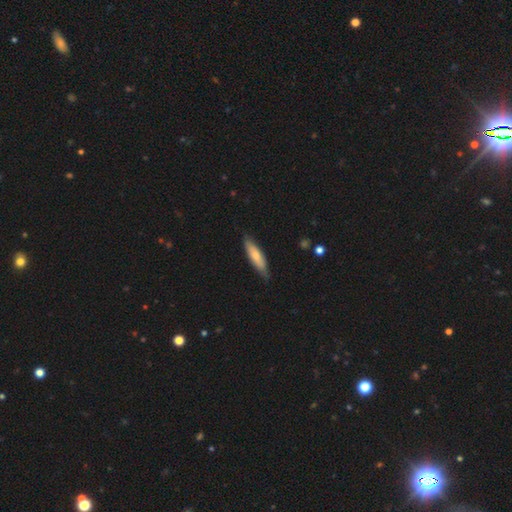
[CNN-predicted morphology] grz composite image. It shows a smooth galaxy with no disk features (65%) that is cigar-shaped (66%). Merging: none (81%).